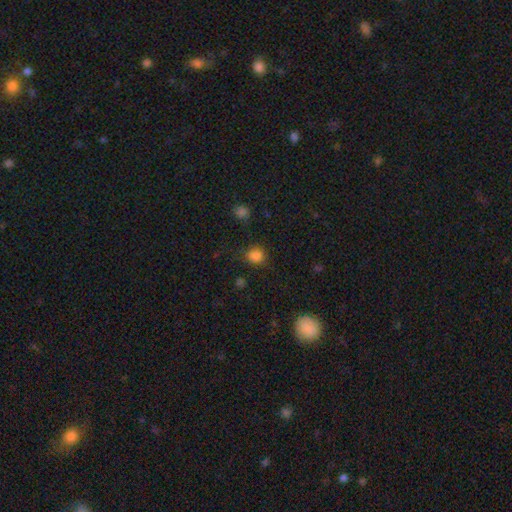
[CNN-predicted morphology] A smooth galaxy with no disk features (83%) that is round (80%).

Vote fractions:
- Smooth or featured? smooth: 83% / star or artifact: 14% / featured or disk: 4%
- How rounded? round: 80% / in between: 19% / cigar-shaped: 1%
- Merging? none: 79% / minor disturbance: 13% / major disturbance: 5% / merger: 3%